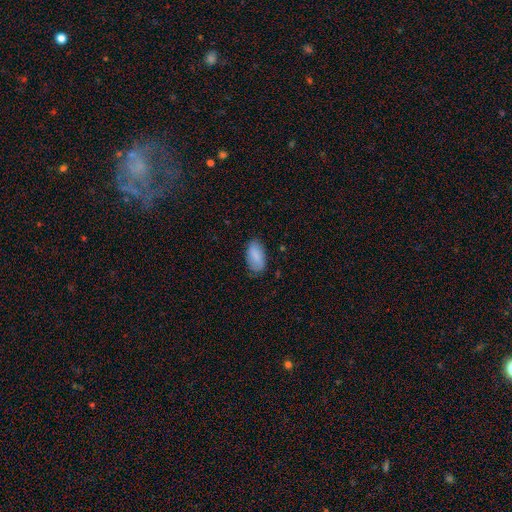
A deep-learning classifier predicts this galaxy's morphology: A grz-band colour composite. It shows a smooth galaxy with no disk features (85%) that is in between round and cigar-shaped (94%). Merging: none (77%).